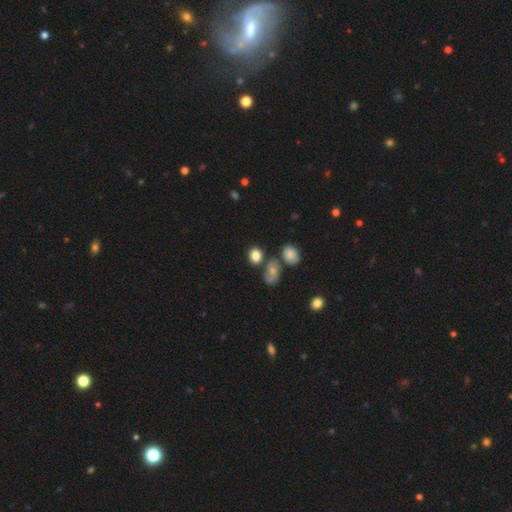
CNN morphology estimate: Smooth or featured? smooth (82%)
How rounded? round (56%)
Merging? none (69%)